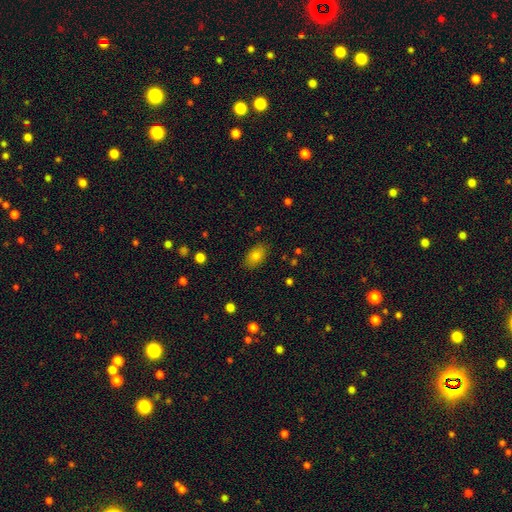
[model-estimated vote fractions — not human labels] Smooth or featured? smooth (79%)
How rounded? in between (88%)
Merging? none (85%)